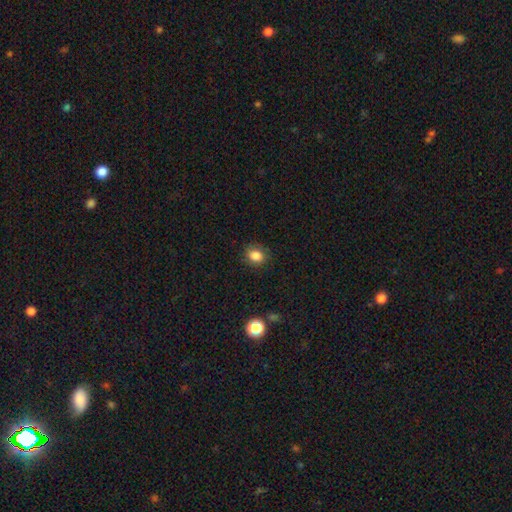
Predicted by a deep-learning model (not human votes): Overall: smooth (84%). How rounded: round (62%; in between 37%). Merging: none (84%).